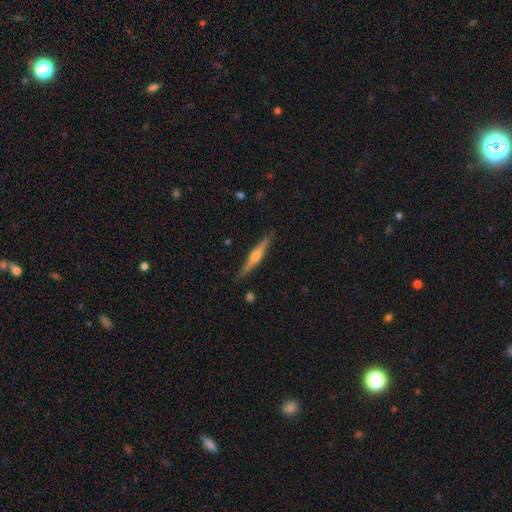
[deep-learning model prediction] This is likely a featured or disk galaxy (65%). It is clearly viewed edge-on (97%). Edge-on bulge: clearly rounded (87%). Merging: clearly none (87%).